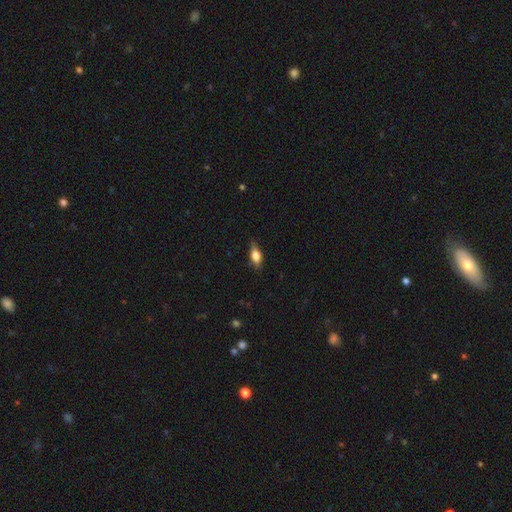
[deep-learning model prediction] This is likely a smooth galaxy (70%). How rounded: likely in between (75%). Merging: likely none (79%).